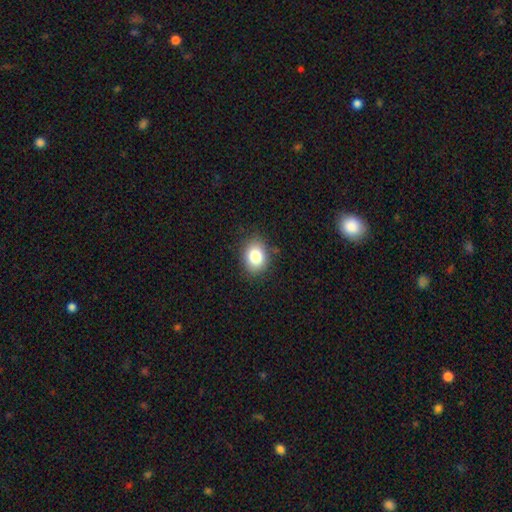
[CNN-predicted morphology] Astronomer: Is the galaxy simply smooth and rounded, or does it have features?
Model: smooth — 82%.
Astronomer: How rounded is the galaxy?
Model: in between — 62%.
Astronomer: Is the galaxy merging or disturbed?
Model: none — 88%.